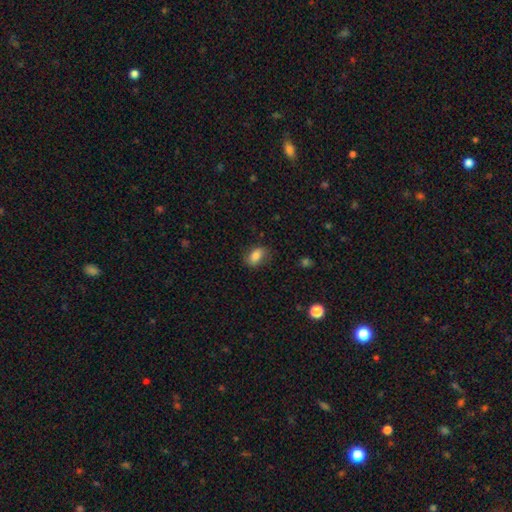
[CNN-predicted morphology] Smooth or featured?
  - smooth: 82% *
  - featured or disk: 10%
  - star or artifact: 8%
How rounded?
  - in between: 84% *
  - round: 13%
  - cigar-shaped: 2%
Merging?
  - none: 77% *
  - minor disturbance: 18%
  - major disturbance: 4%
  - merger: 1%